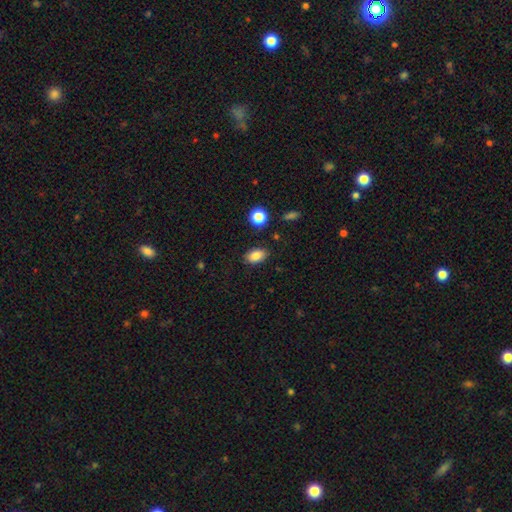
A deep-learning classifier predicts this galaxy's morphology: Smooth or featured?
  - smooth: 84% *
  - star or artifact: 9%
  - featured or disk: 6%
How rounded?
  - in between: 85% *
  - round: 13%
  - cigar-shaped: 2%
Merging?
  - none: 84% *
  - minor disturbance: 11%
  - major disturbance: 3%
  - merger: 2%